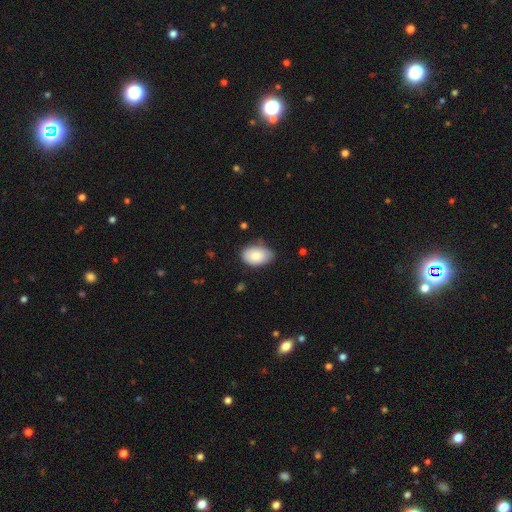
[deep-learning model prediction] Smooth or featured: smooth — 82% (featured or disk — 12%)
How rounded: in between — 89% (round — 10%)
Merging: none — 64% (minor disturbance — 30%)